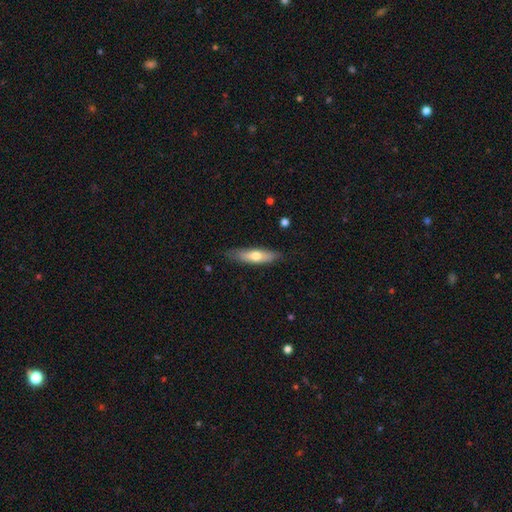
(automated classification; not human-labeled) Smooth or featured? Predicted: smooth (p=0.60). How rounded? Predicted: cigar-shaped (p=0.63). Merging? Predicted: none (p=0.78).